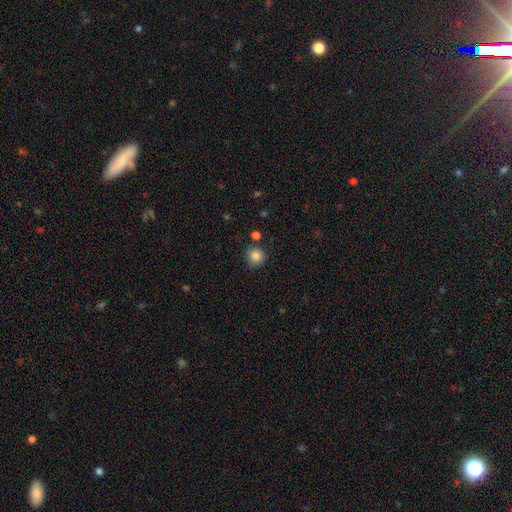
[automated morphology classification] Smooth or featured? smooth (85%)
How rounded? round (93%)
Merging? none (82%)